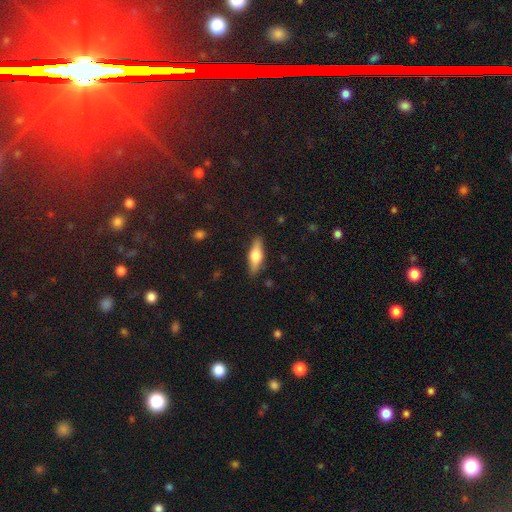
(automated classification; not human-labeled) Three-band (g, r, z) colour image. It shows a smooth galaxy with no disk features (48%). Merging: none (87%).